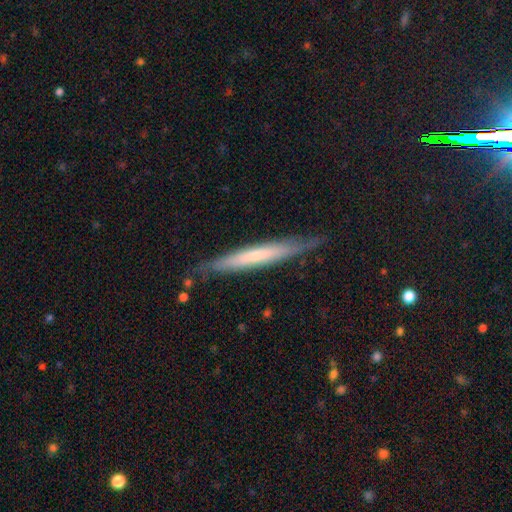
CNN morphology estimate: Smooth or featured: featured or disk — 49% (smooth — 45%)
Merging: none — 83% (minor disturbance — 14%)